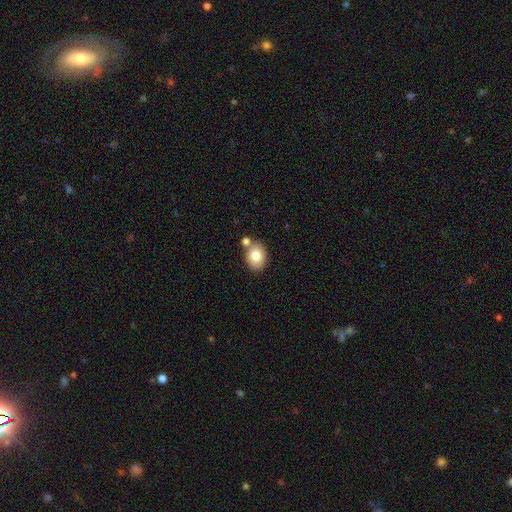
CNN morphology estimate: smooth 80%, featured or disk 11%, star or artifact 8%. Down the decision tree: how rounded — in between (66%); merging — none (69%).